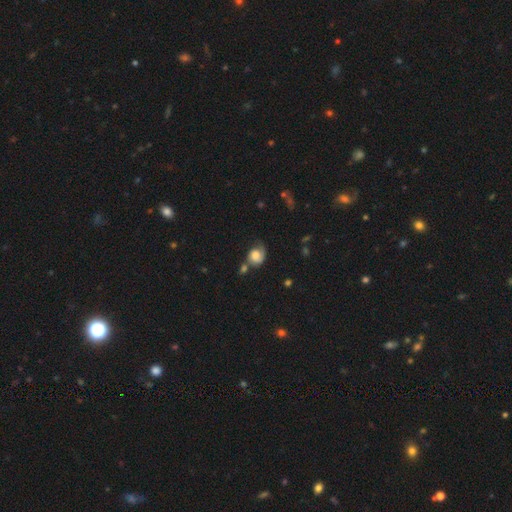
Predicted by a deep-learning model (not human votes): Q: Smooth or featured?
A: smooth (54%); runner-up: featured or disk (37%)
Q: How rounded?
A: round (61%); runner-up: in between (38%)
Q: Merging?
A: none (38%); runner-up: minor disturbance (27%)